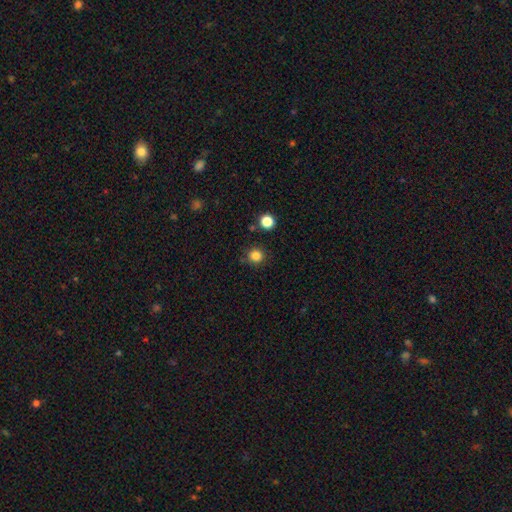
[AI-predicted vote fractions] Overall: smooth (84%). How rounded: round (93%). Merging: none (87%).